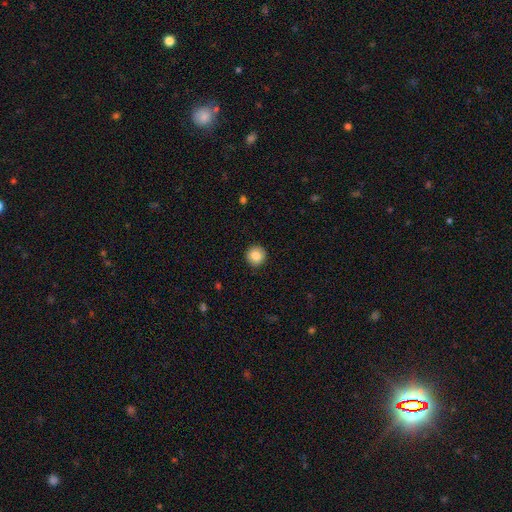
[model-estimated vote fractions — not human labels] smooth_or_featured: smooth (p=0.84) [alt: star or artifact p=0.08]
how_rounded: round (p=0.94) [alt: in between p=0.05]
merging: none (p=0.91) [alt: minor disturbance p=0.06]